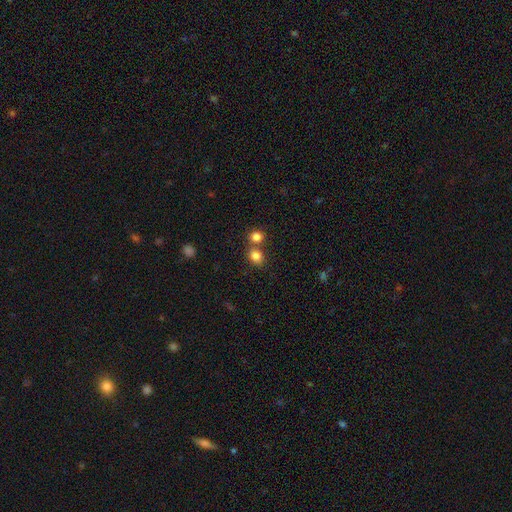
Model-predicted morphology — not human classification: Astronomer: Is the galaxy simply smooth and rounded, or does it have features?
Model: smooth — 83%.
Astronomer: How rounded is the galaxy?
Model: round — 56% (runner-up: in between, 43%).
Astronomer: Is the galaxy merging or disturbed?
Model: none — 55% (runner-up: merger, 34%).